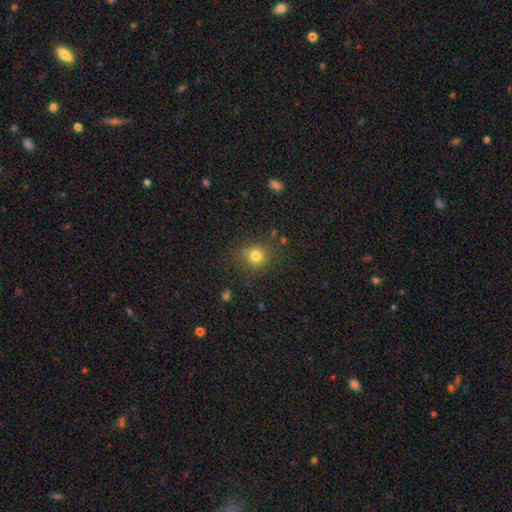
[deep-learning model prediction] A smooth galaxy with no disk features (78%) that is round (88%). Merging: none (79%).